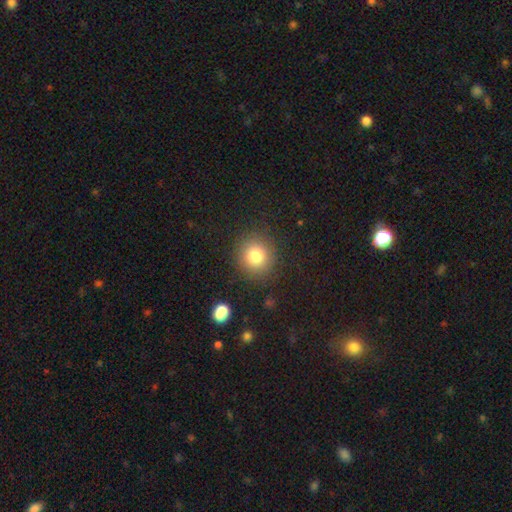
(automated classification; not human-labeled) smooth_or_featured: smooth (p=0.80) [alt: star or artifact p=0.12]
how_rounded: round (p=0.89) [alt: in between p=0.10]
merging: none (p=0.87) [alt: minor disturbance p=0.08]